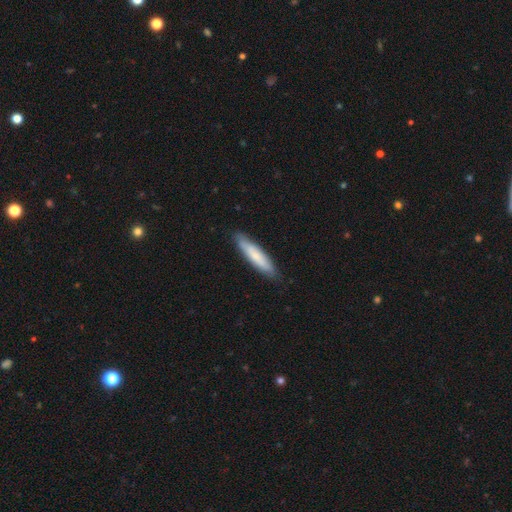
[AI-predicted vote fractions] smooth-or-featured: smooth: 71% | featured or disk: 24% | star or artifact: 5%
  how-rounded: cigar-shaped: 83% | in between: 16% | round: 1%
  merging: none: 86% | minor disturbance: 11% | major disturbance: 2% | merger: 1%